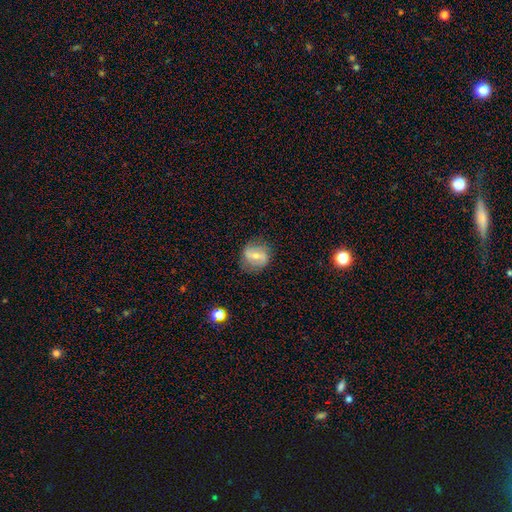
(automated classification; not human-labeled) This is likely a featured or disk galaxy (61%). It is clearly not viewed edge-on (95%). Bar: possibly strong (46%). Spiral arm pattern: likely yes (73%). Central bulge: possibly moderate (48%). Merging: likely none (76%).